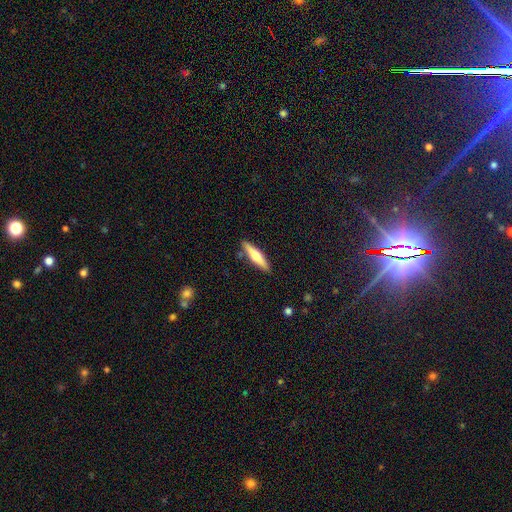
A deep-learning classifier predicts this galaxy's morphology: Smooth or featured? smooth (55%)
How rounded? cigar-shaped (84%)
Merging? none (87%)